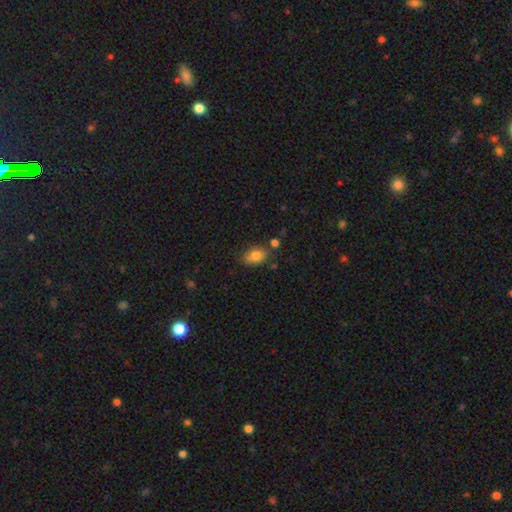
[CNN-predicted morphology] Smooth or featured: smooth — 80% (featured or disk — 11%)
How rounded: in between — 84% (round — 14%)
Merging: none — 74% (minor disturbance — 16%)